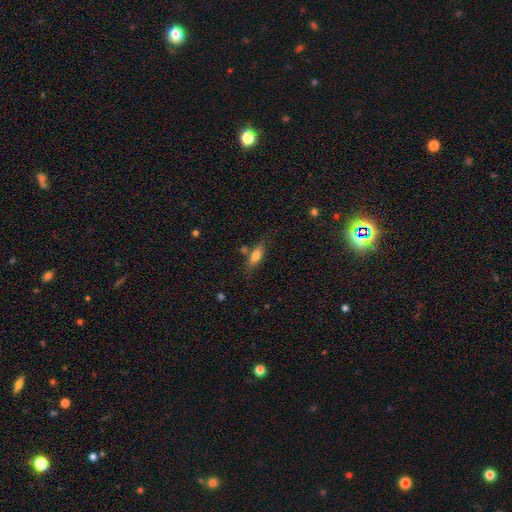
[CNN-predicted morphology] smooth_or_featured: smooth (p=0.70) [alt: featured or disk p=0.22]
how_rounded: in between (p=0.67) [alt: cigar-shaped p=0.30]
merging: none (p=0.69) [alt: minor disturbance p=0.17]